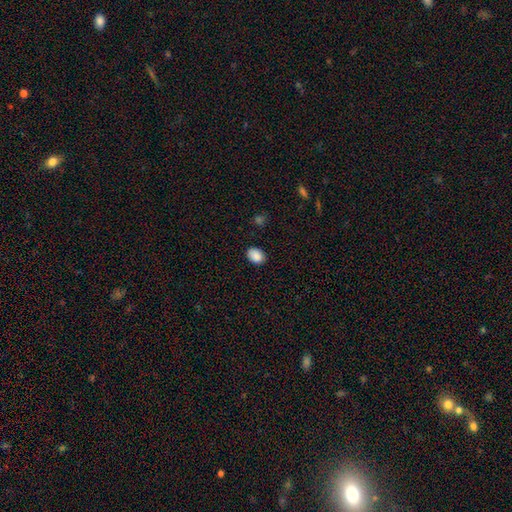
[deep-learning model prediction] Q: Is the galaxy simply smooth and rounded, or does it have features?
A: smooth — 88%.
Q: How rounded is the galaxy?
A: in between — 67%.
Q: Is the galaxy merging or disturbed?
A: none — 86%.